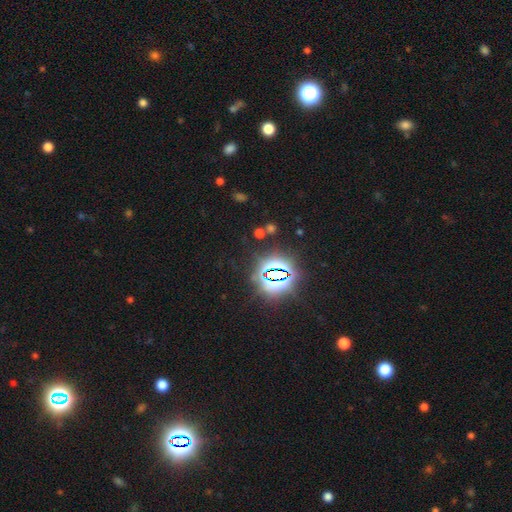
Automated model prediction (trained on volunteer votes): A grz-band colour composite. It shows a star or artifact, not a galaxy (83%).